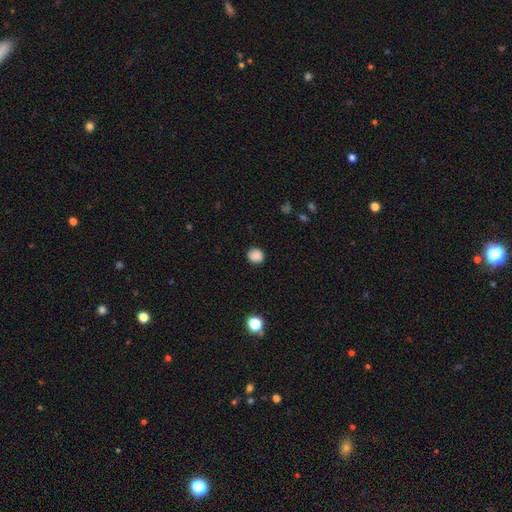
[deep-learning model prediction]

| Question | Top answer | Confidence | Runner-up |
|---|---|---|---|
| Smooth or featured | smooth | 87% | star or artifact (11%) |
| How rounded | round | 87% | in between (12%) |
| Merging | none | 90% | minor disturbance (7%) |